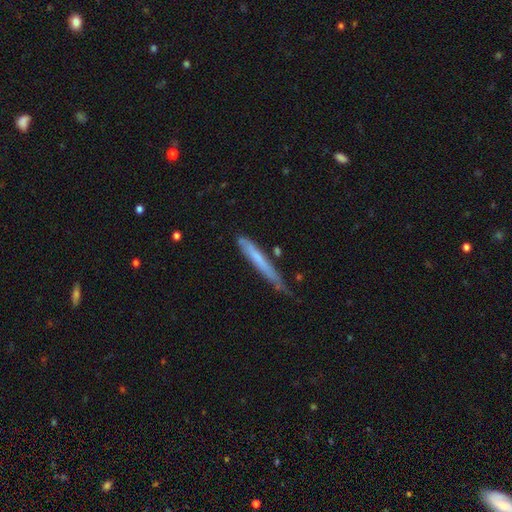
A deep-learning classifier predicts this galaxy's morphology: Smooth or featured: smooth — 55% (featured or disk — 37%)
How rounded: cigar-shaped — 96% (in between — 3%)
Merging: none — 65% (minor disturbance — 27%)